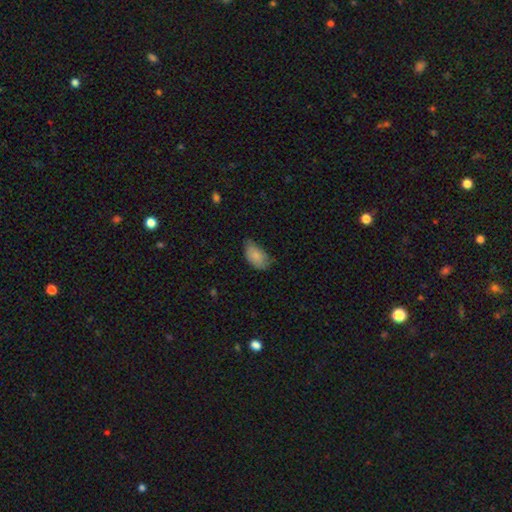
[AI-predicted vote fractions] A smooth galaxy with no disk features (84%) that is in between round and cigar-shaped (93%). Merging: none (51%).